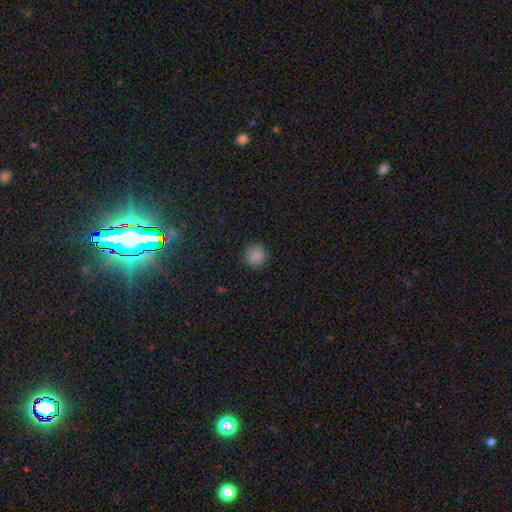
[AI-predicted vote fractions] A smooth galaxy with no disk features (86%) that is round (94%).

Vote fractions:
- Smooth or featured? smooth: 86% / star or artifact: 10% / featured or disk: 4%
- How rounded? round: 94% / in between: 5% / cigar-shaped: 1%
- Merging? none: 90% / minor disturbance: 7% / major disturbance: 2% / merger: 1%